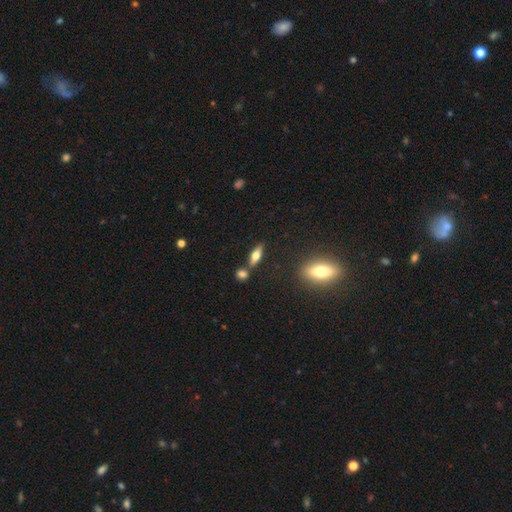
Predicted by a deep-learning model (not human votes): smooth-or-featured: smooth: 54% | featured or disk: 37% | star or artifact: 8%
  how-rounded: in between: 52% | cigar-shaped: 44% | round: 5%
  merging: none: 72% | merger: 14% | minor disturbance: 11% | major disturbance: 3%